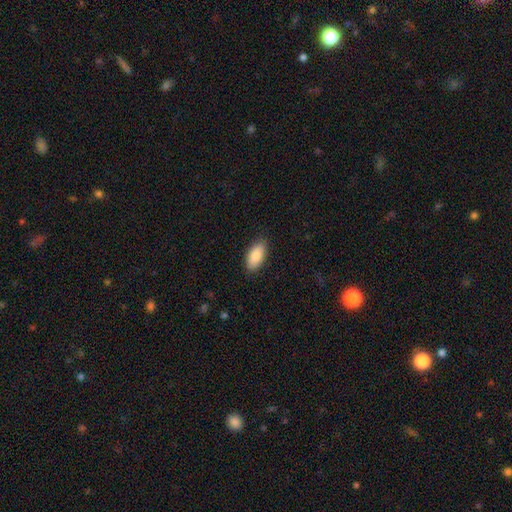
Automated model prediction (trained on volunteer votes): Smooth or featured?
  - smooth: 87% *
  - featured or disk: 7%
  - star or artifact: 6%
How rounded?
  - in between: 91% *
  - cigar-shaped: 7%
  - round: 2%
Merging?
  - none: 87% *
  - minor disturbance: 10%
  - major disturbance: 2%
  - merger: 1%